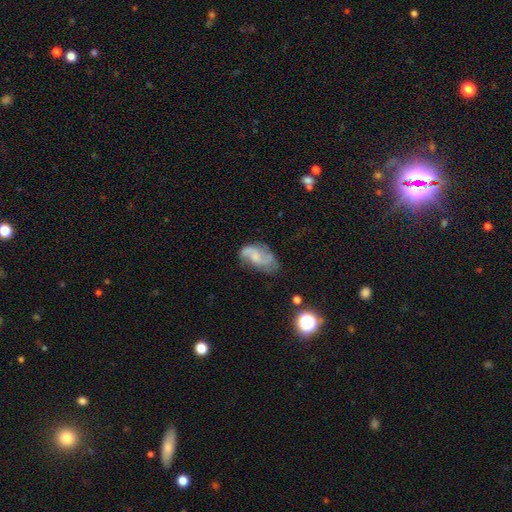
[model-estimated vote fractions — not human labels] This appears to be a featured or disk galaxy (60%) with no bar (61%), spiral arms (83%) and a small central bulge (36%). Merging: none (51%).